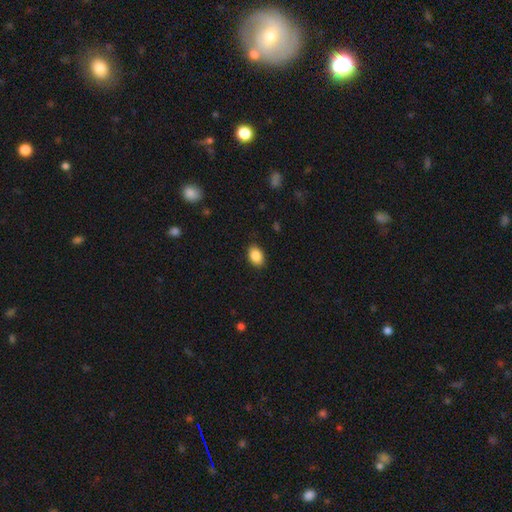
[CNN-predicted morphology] This is clearly a smooth galaxy (88%). How rounded: clearly in between (83%). Merging: clearly none (88%).